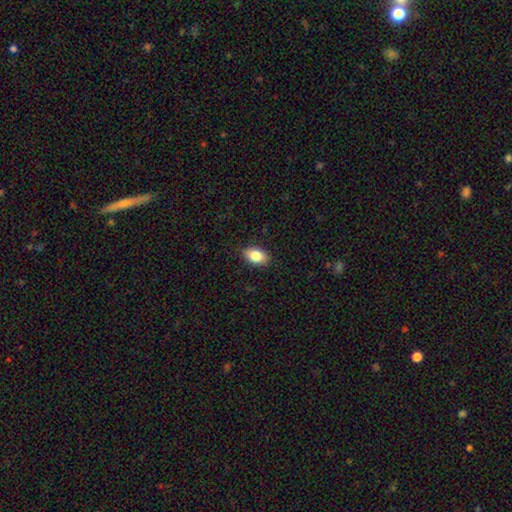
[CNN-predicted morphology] type=smooth (84%); roundness=in between (89%); merging=none (88%).